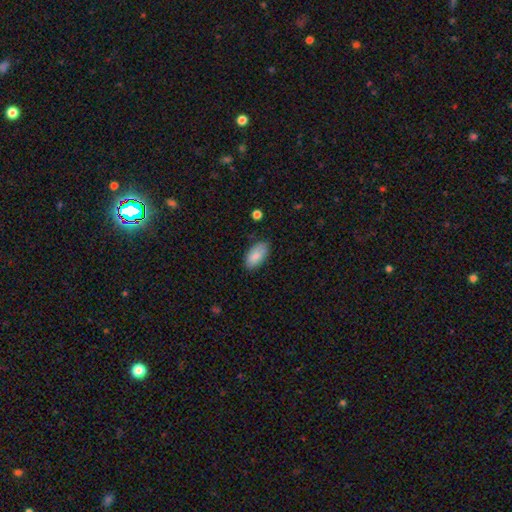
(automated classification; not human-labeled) smooth_or_featured: smooth (p=0.85) [alt: featured or disk p=0.08]
how_rounded: in between (p=0.94) [alt: cigar-shaped p=0.03]
merging: none (p=0.80) [alt: minor disturbance p=0.16]